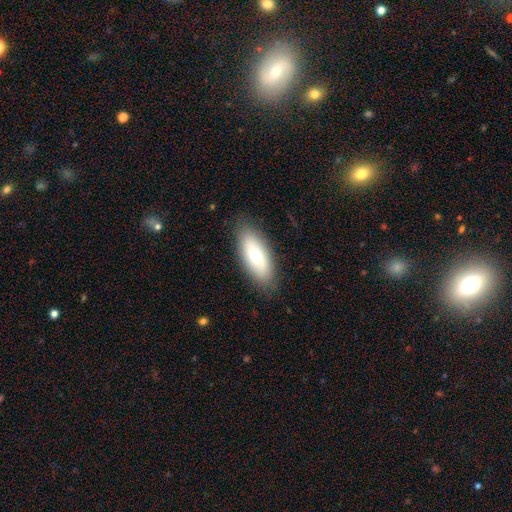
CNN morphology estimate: Overall: smooth (70%). How rounded: in between (81%). Merging: none (85%).